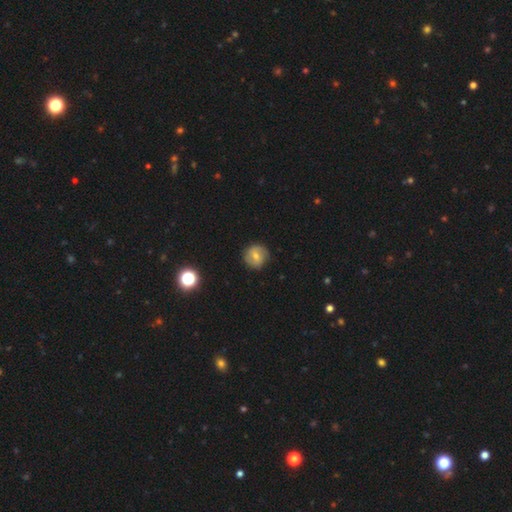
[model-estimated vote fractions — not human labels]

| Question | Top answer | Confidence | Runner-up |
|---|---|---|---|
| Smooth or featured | smooth | 57% | featured or disk (34%) |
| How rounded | round | 90% | in between (9%) |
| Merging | none | 85% | minor disturbance (11%) |